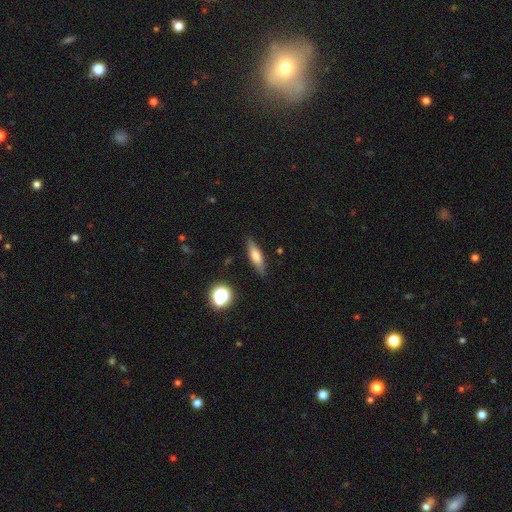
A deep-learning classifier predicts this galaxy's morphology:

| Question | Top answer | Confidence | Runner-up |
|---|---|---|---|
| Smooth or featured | smooth | 56% | featured or disk (35%) |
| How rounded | cigar-shaped | 64% | in between (32%) |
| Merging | none | 85% | minor disturbance (11%) |